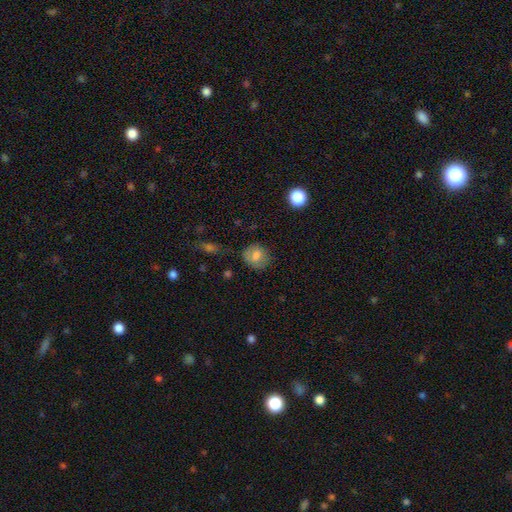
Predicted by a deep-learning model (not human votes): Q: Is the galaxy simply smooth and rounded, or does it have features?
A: smooth — 75%.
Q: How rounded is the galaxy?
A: round — 76%.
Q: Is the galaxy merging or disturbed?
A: none — 72%.